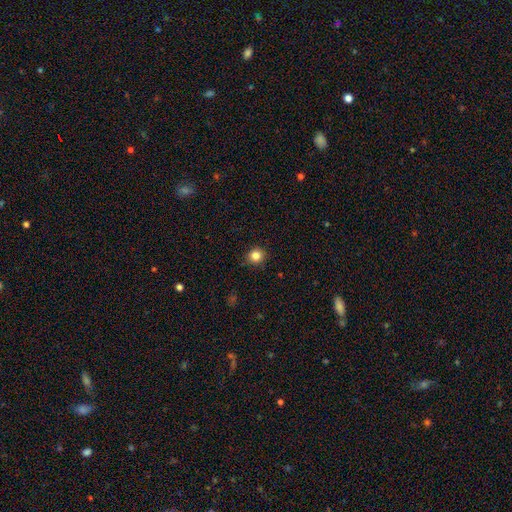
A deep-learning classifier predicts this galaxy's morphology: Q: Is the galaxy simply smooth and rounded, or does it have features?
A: smooth — 84%.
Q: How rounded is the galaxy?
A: round — 90%.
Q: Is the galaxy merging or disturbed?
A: none — 90%.